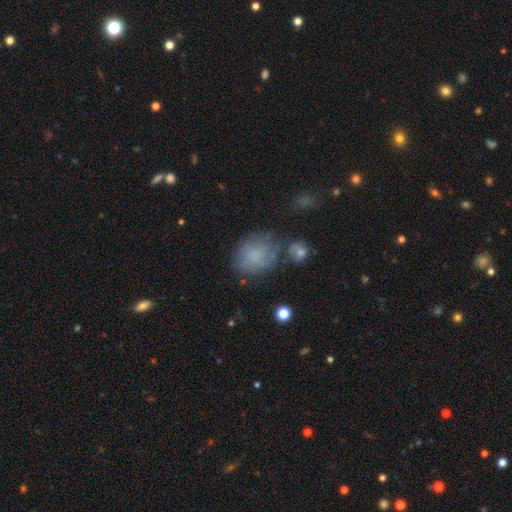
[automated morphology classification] This appears to be a smooth galaxy with no disk features (69%) that is round (61%). Merging: none (57%).